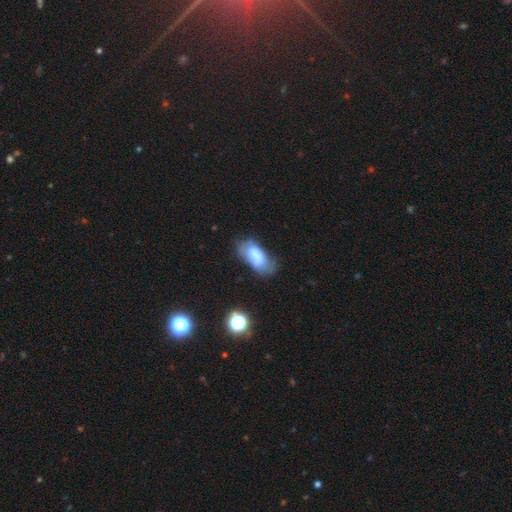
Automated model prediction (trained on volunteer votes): Smooth or featured? Predicted: smooth (p=0.71). How rounded? Predicted: in between (p=0.90). Merging? Predicted: none (p=0.52).